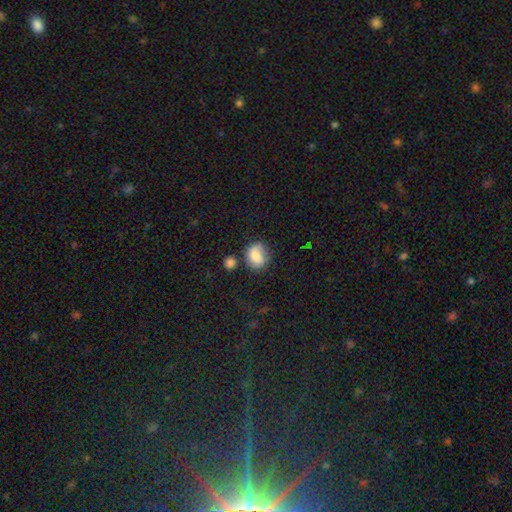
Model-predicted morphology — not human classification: A smooth galaxy with no disk features (74%) that is round (60%). Merging: none (57%).